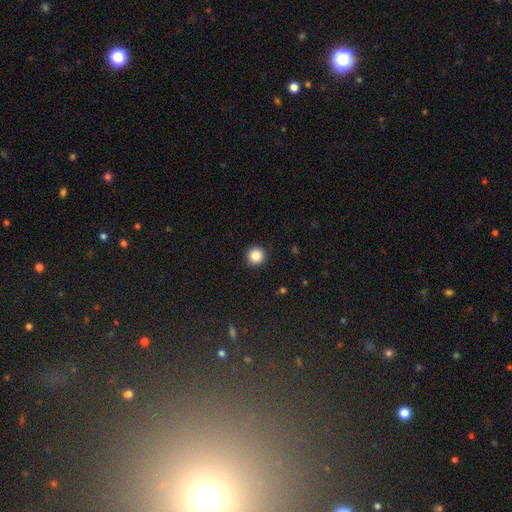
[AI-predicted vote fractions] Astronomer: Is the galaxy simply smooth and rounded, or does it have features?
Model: smooth — 85%.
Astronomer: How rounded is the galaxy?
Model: round — 96%.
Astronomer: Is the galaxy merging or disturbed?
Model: none — 92%.